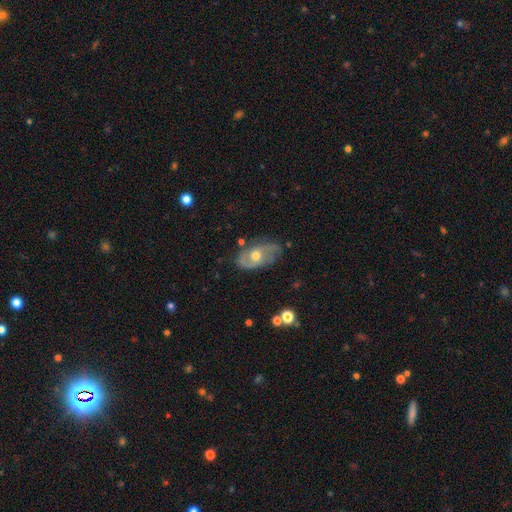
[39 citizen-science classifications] This is likely a featured or disk galaxy (64%). It is clearly not viewed edge-on (92%). Bar: likely no (74%). Spiral arm pattern: likely yes (70%). Spiral arm count: clearly 2 (88%). Spiral winding: marginally loose (44%). Central bulge: possibly moderate (52%). Merging: likely none (65%).